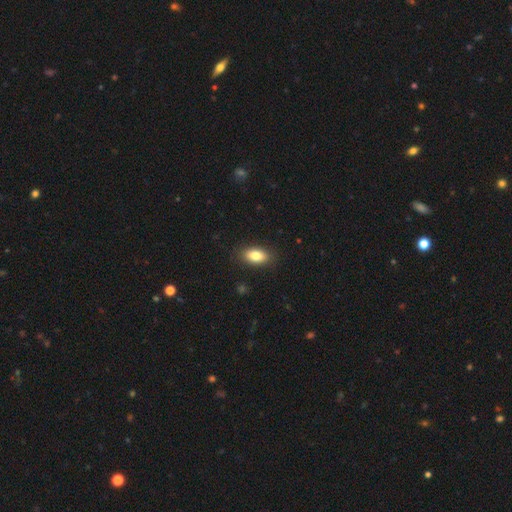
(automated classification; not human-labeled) This appears to be a smooth galaxy with no disk features (84%) that is in between round and cigar-shaped (89%). Merging: none (88%).